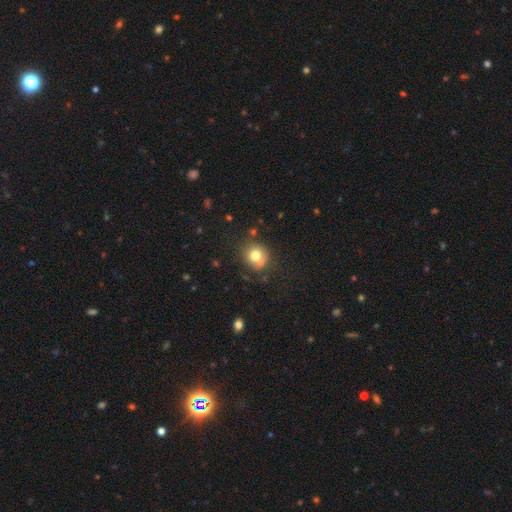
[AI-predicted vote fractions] Overall: smooth (76%). How rounded: round (84%). Merging: none (68%).